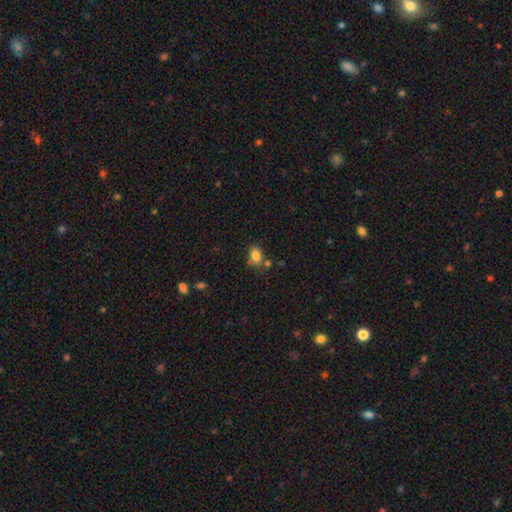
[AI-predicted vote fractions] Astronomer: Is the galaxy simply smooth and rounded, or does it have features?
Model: smooth — 82%.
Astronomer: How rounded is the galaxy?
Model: in between — 78%.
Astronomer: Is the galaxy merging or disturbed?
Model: none — 67%.